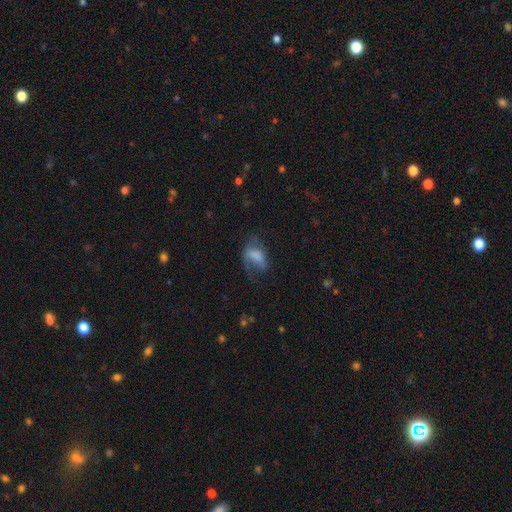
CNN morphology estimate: smooth 52%, featured or disk 37%, star or artifact 10%. Down the decision tree: how rounded — in between (86%); merging — major disturbance (43%).